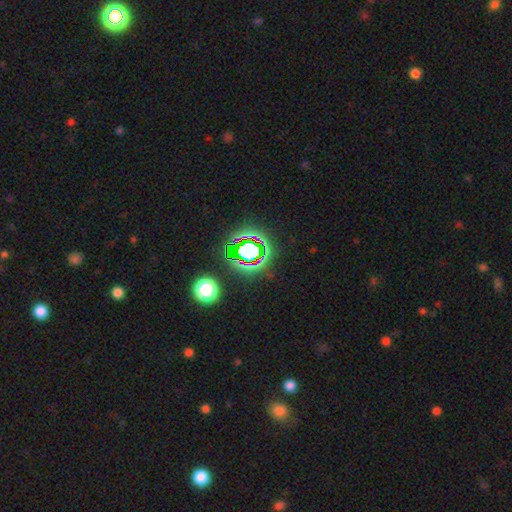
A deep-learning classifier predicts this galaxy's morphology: The model was most divided on "smooth or featured": star or artifact: 74%, smooth: 16%, featured or disk: 11%.